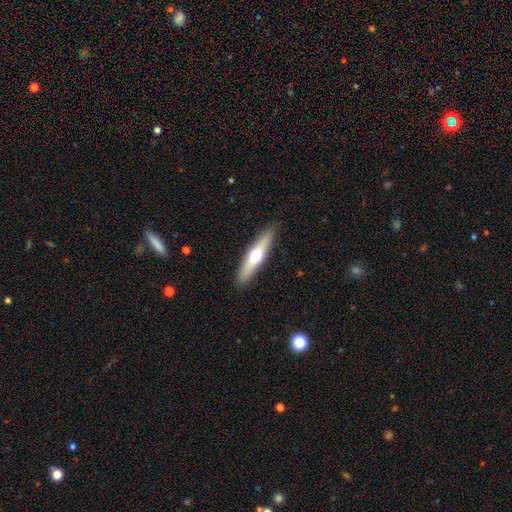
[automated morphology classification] This appears to be a featured or disk galaxy (47%, tied with smooth). Merging: none (90%).